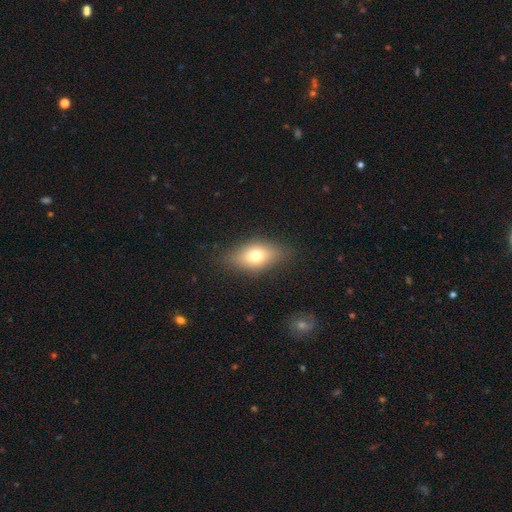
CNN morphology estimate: type=smooth (71%); roundness=in between (81%); merging=none (79%).